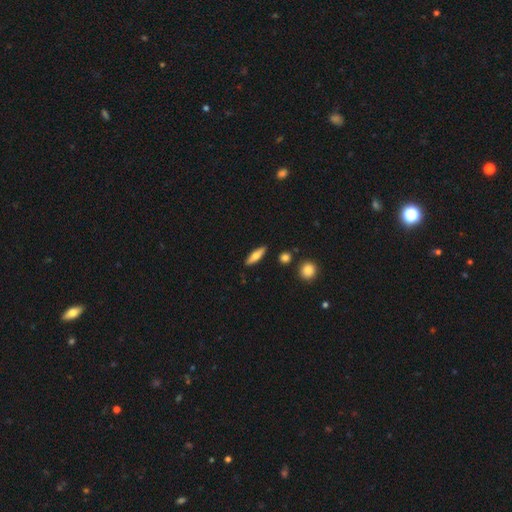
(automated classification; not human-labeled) Smooth or featured? Predicted: smooth (p=0.60). How rounded? Predicted: cigar-shaped (p=0.57). Merging? Predicted: none (p=0.88).